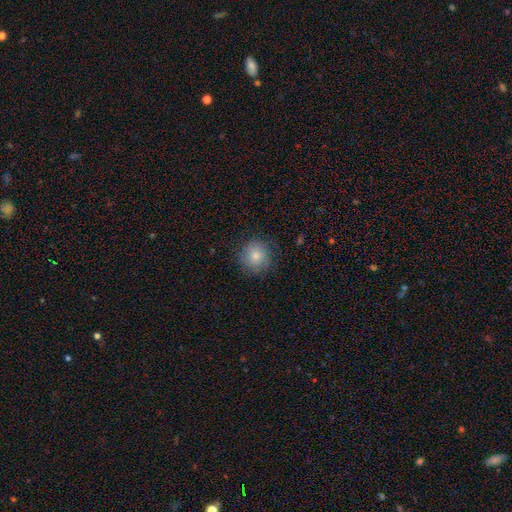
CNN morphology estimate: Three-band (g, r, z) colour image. It shows a smooth galaxy with no disk features (79%) that is round (91%). Merging: none (82%).